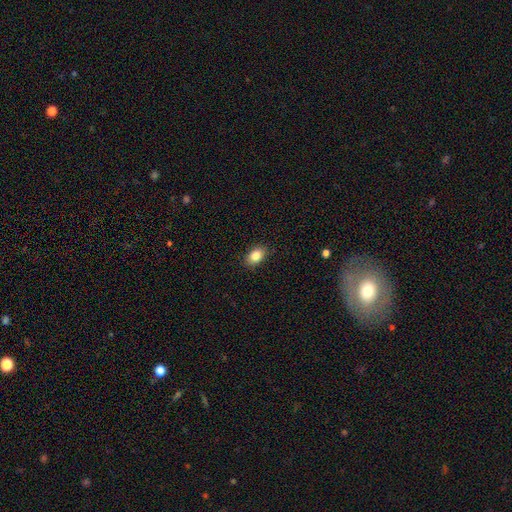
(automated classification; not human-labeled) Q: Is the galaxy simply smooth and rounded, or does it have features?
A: smooth — 85%.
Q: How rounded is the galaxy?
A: in between — 84%.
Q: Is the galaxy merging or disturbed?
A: none — 87%.